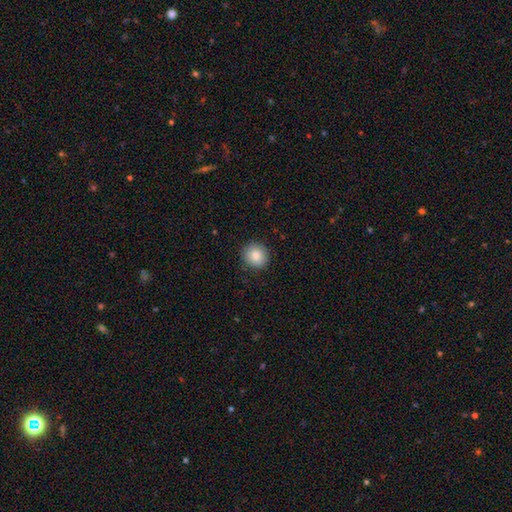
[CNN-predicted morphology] Smooth or featured? Predicted: smooth (p=0.85). How rounded? Predicted: round (p=0.90). Merging? Predicted: none (p=0.89).